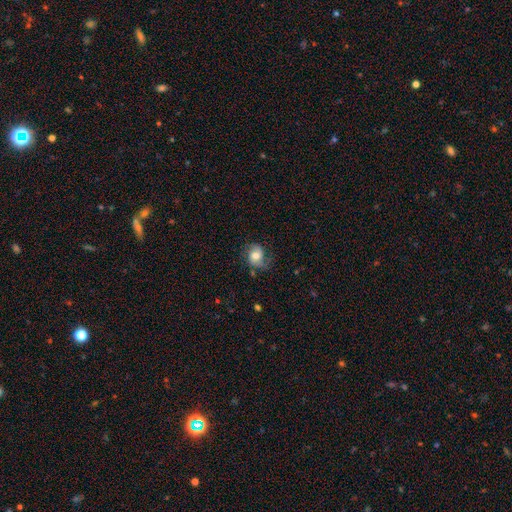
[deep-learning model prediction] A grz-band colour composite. It shows a featured or disk galaxy (56%) with no bar (64%), spiral arms (89%) and a moderate central bulge (62%). Merging: none (62%).